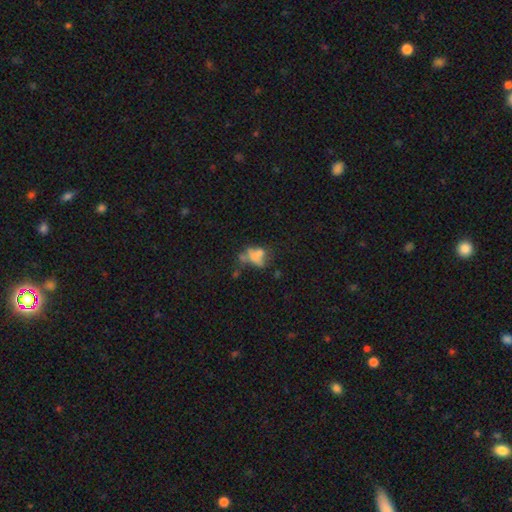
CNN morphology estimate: A smooth galaxy with no disk features (47%).

Vote fractions:
- Smooth or featured? smooth: 47% / featured or disk: 36% / star or artifact: 17%
- Merging? merger: 30% / major disturbance: 28% / none: 26% / minor disturbance: 16%